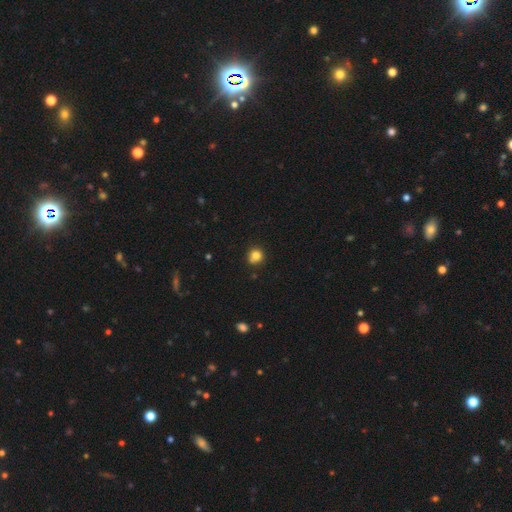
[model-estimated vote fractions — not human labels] This is clearly a smooth galaxy (81%). How rounded: clearly round (87%). Merging: likely none (76%).